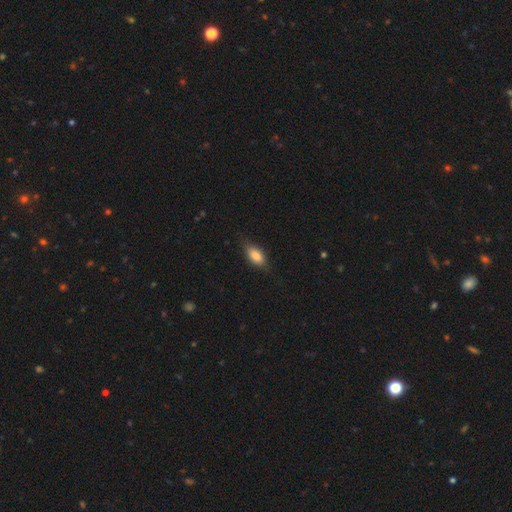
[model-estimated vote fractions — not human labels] Q: Smooth or featured?
A: smooth (81%); runner-up: featured or disk (12%)
Q: How rounded?
A: in between (86%); runner-up: cigar-shaped (11%)
Q: Merging?
A: none (71%); runner-up: minor disturbance (23%)